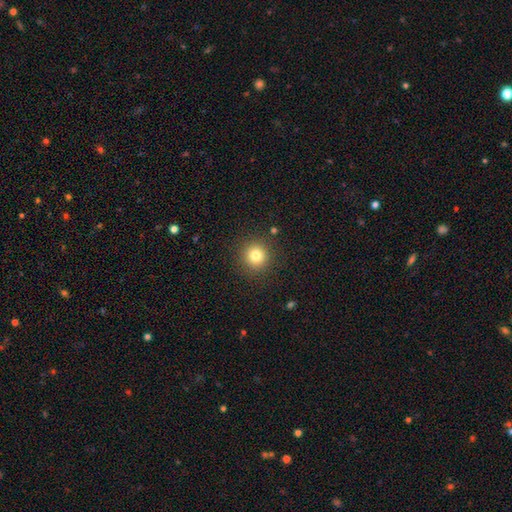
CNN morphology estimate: A smooth galaxy with no disk features (80%) that is round (95%). Merging: none (90%).